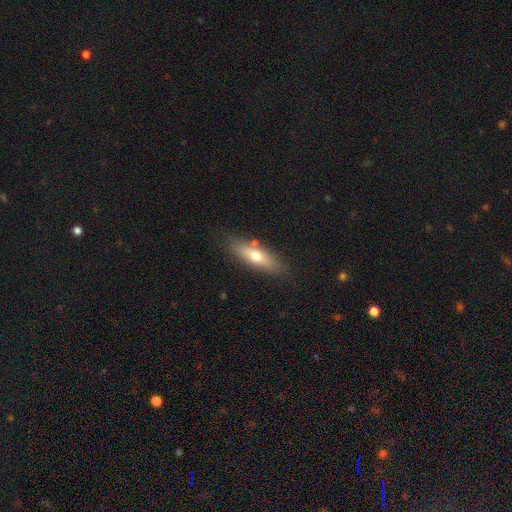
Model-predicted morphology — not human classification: Smooth or featured? smooth (60%)
How rounded? cigar-shaped (51%)
Merging? none (78%)